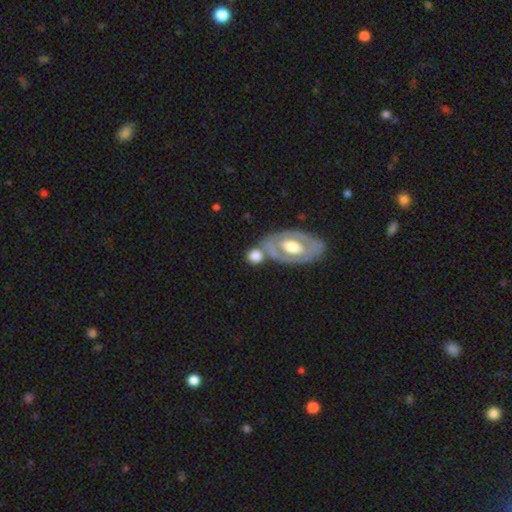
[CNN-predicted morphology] A smooth galaxy with no disk features (59%) that is round (63%). Merging: none (56%).